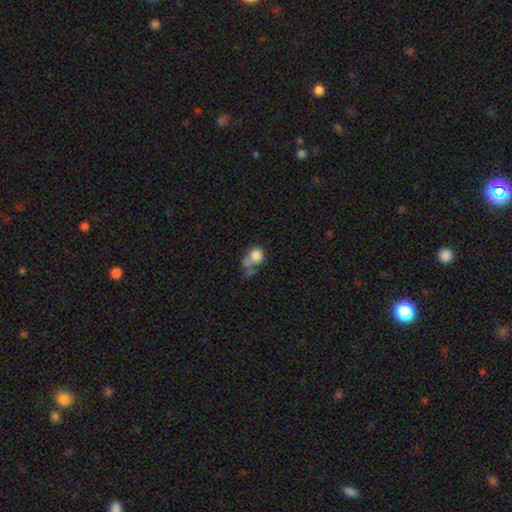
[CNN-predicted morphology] This is likely a smooth galaxy (78%). How rounded: likely round (72%). Merging: marginally merger (35%).